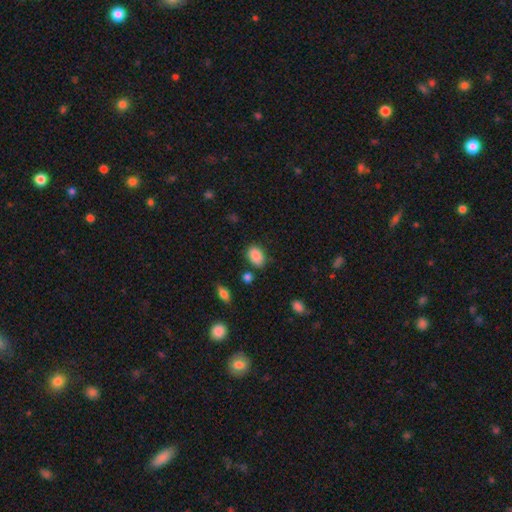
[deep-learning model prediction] Smooth or featured? Predicted: smooth (p=0.88). How rounded? Predicted: in between (p=0.84). Merging? Predicted: none (p=0.77).